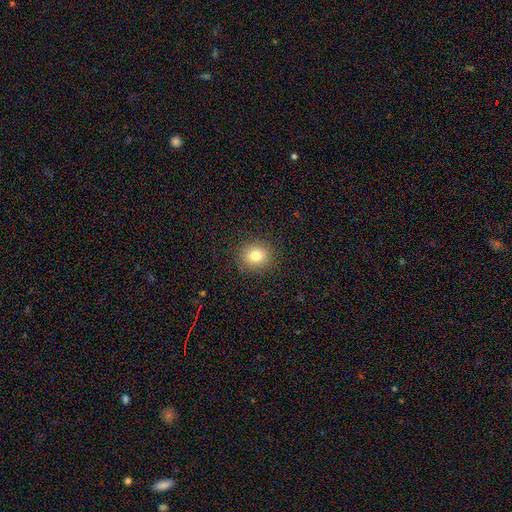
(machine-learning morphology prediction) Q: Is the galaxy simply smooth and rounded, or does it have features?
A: smooth — 80%.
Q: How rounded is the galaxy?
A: round — 82%.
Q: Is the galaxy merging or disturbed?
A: none — 89%.